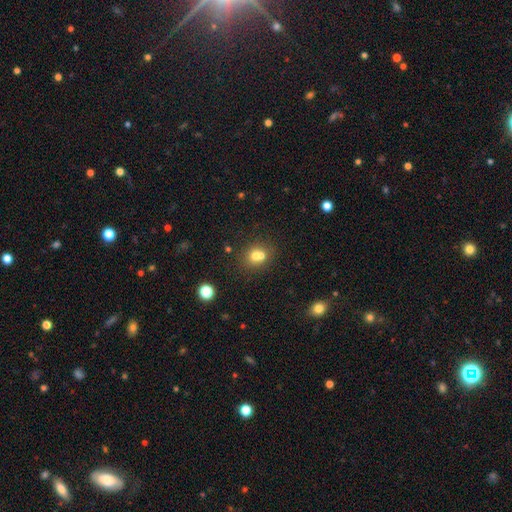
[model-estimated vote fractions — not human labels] Smooth or featured? Predicted: smooth (p=0.70). How rounded? Predicted: round (p=0.73). Merging? Predicted: merger (p=0.48).